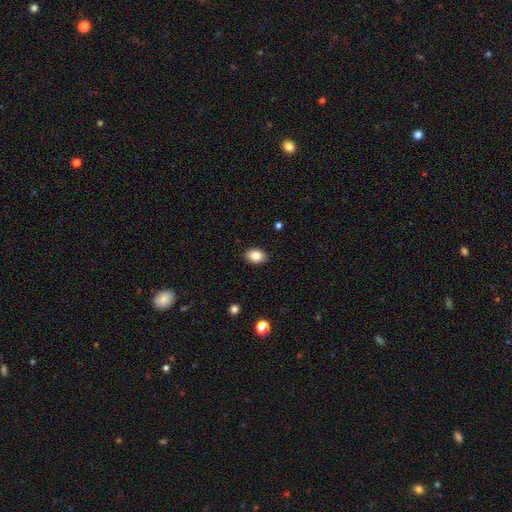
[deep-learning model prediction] Smooth or featured? Predicted: smooth (p=0.85). How rounded? Predicted: in between (p=0.79). Merging? Predicted: none (p=0.89).